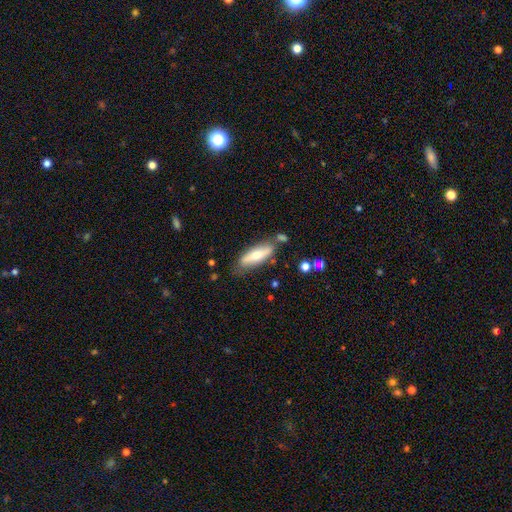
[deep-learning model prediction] smooth_or_featured: smooth (p=0.56) [alt: featured or disk p=0.37]
how_rounded: in between (p=0.51) [alt: cigar-shaped p=0.47]
merging: none (p=0.69) [alt: minor disturbance p=0.19]